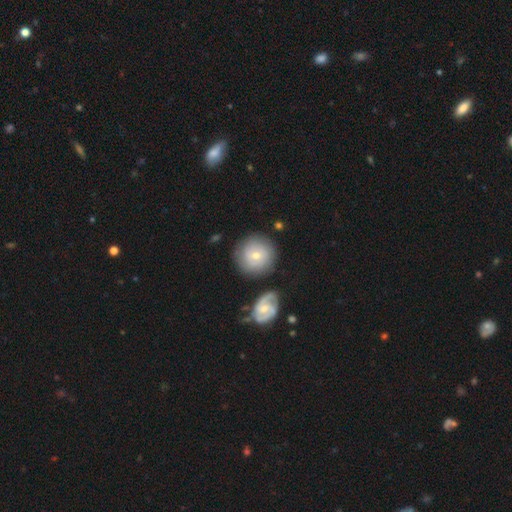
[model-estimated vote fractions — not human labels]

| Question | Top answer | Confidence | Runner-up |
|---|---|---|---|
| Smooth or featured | smooth | 57% | featured or disk (36%) |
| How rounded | round | 92% | in between (7%) |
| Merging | none | 74% | minor disturbance (13%) |